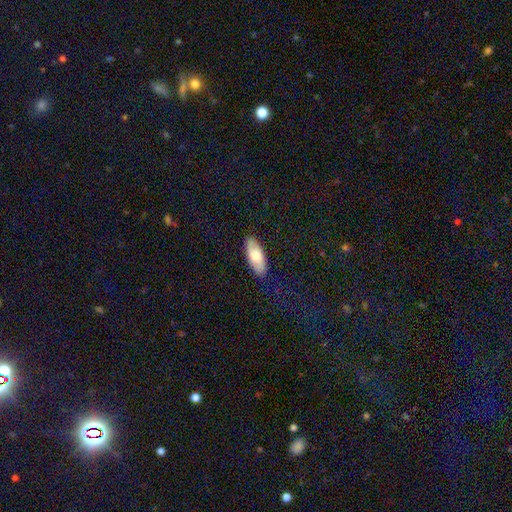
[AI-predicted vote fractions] Smooth or featured?
  - smooth: 71% *
  - featured or disk: 23%
  - star or artifact: 6%
How rounded?
  - in between: 81% *
  - cigar-shaped: 17%
  - round: 2%
Merging?
  - none: 88% *
  - minor disturbance: 9%
  - major disturbance: 2%
  - merger: 1%